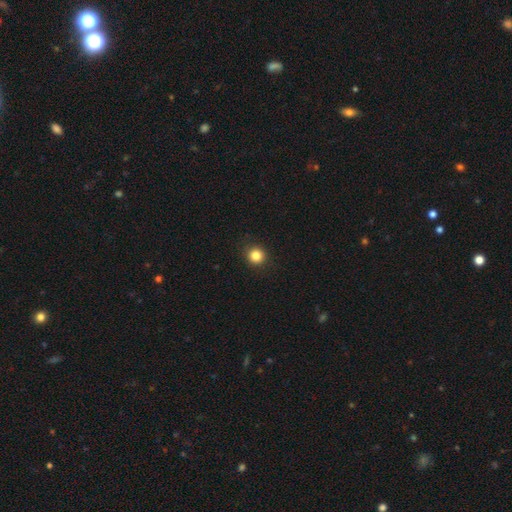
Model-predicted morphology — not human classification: Smooth or featured: smooth — 84% (star or artifact — 12%)
How rounded: round — 91% (in between — 8%)
Merging: none — 90% (minor disturbance — 7%)